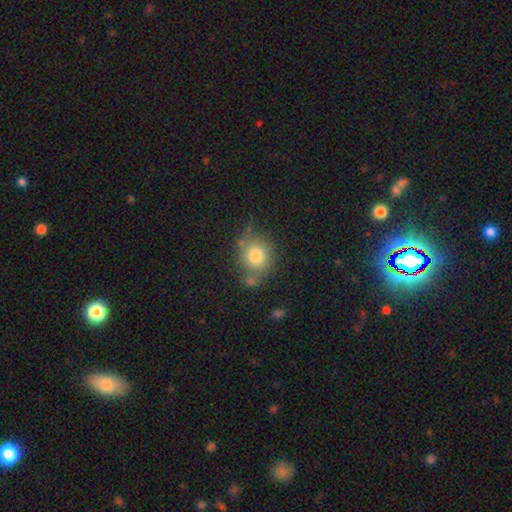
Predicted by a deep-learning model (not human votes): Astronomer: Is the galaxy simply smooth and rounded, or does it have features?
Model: smooth — 77%.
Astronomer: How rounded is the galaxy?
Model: round — 75%.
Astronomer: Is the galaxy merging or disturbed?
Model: none — 59%.